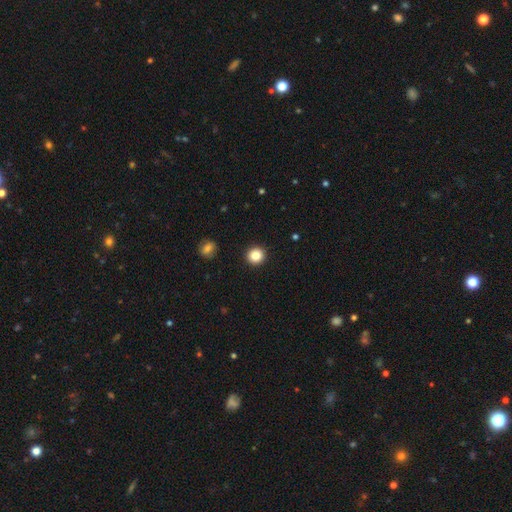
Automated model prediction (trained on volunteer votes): Morphology: type=smooth (84%); roundness=round (94%); merging=none (93%).